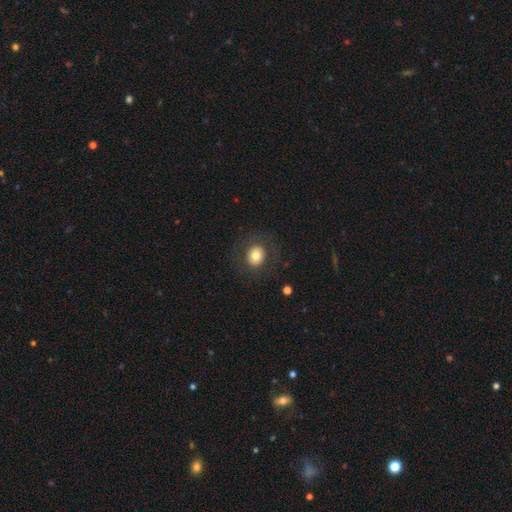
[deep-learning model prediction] A smooth galaxy with no disk features (76%) that is round (65%).

Vote fractions:
- Smooth or featured? smooth: 76% / featured or disk: 15% / star or artifact: 10%
- How rounded? round: 65% / in between: 34% / cigar-shaped: 1%
- Merging? none: 83% / minor disturbance: 9% / major disturbance: 6% / merger: 1%